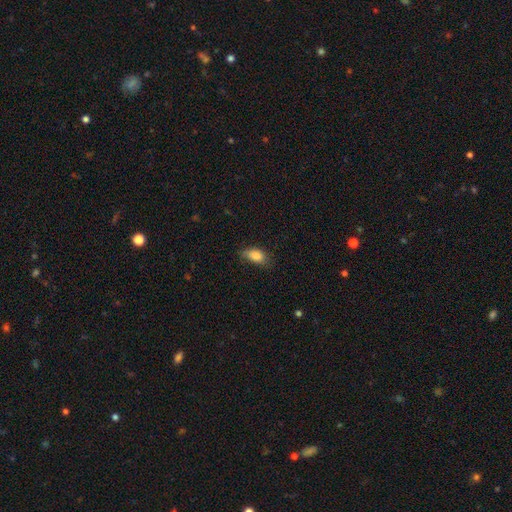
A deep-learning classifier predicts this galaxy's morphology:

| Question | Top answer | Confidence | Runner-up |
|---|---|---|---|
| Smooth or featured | smooth | 85% | star or artifact (8%) |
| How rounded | in between | 87% | round (8%) |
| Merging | none | 67% | minor disturbance (26%) |